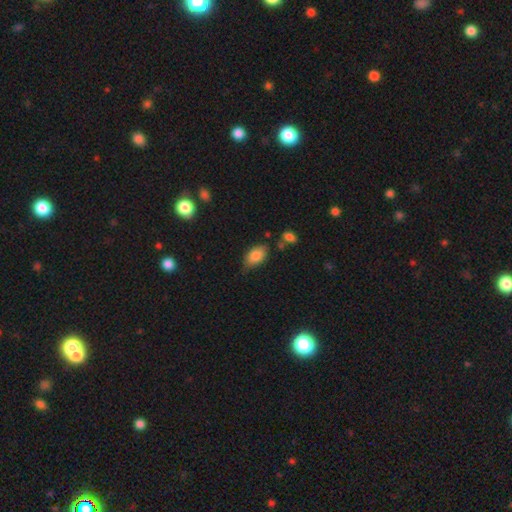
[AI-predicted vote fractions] Smooth or featured: smooth — 83% (featured or disk — 10%)
How rounded: in between — 92% (round — 6%)
Merging: none — 67% (minor disturbance — 24%)